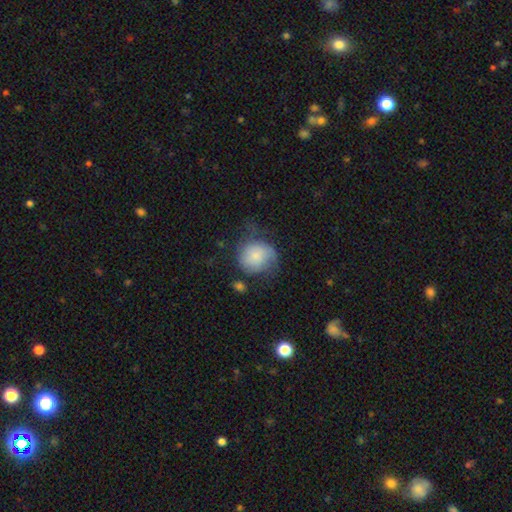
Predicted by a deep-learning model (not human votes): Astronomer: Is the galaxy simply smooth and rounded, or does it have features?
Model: smooth — 70%.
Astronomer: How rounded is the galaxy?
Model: round — 78%.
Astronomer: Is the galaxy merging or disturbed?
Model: none — 37% (runner-up: minor disturbance, 32%).